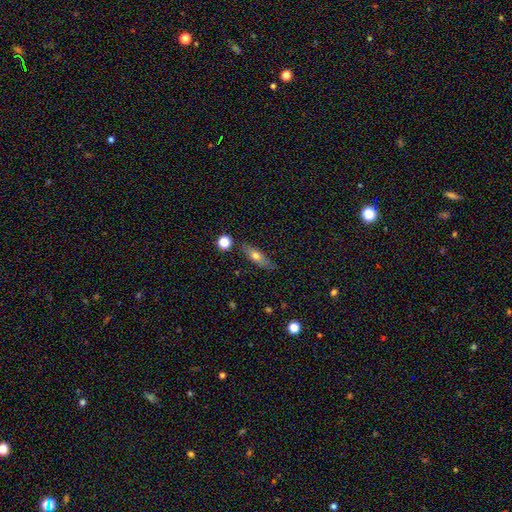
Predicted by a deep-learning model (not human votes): Smooth or featured?
  - smooth: 62% *
  - featured or disk: 30%
  - star or artifact: 8%
How rounded?
  - in between: 52% *
  - cigar-shaped: 44%
  - round: 5%
Merging?
  - none: 77% *
  - minor disturbance: 16%
  - merger: 4%
  - major disturbance: 3%